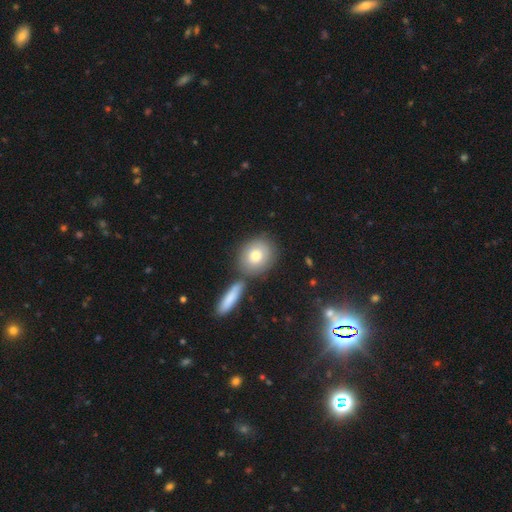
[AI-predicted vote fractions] Smooth or featured: smooth — 73% (featured or disk — 19%)
How rounded: round — 72% (in between — 26%)
Merging: none — 66% (merger — 20%)